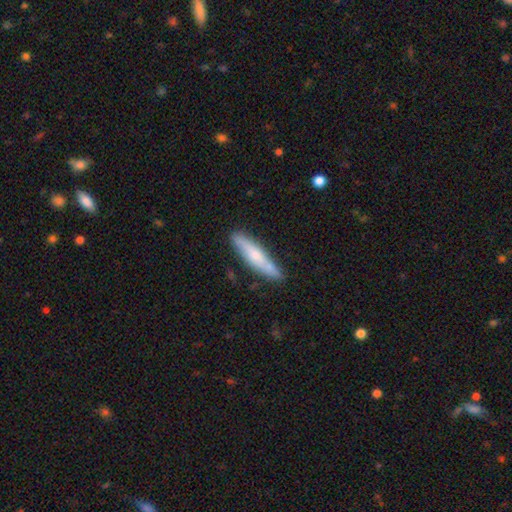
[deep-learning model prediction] Overall: smooth (64%; featured or disk 30%). How rounded: cigar-shaped (85%). Merging: none (80%).